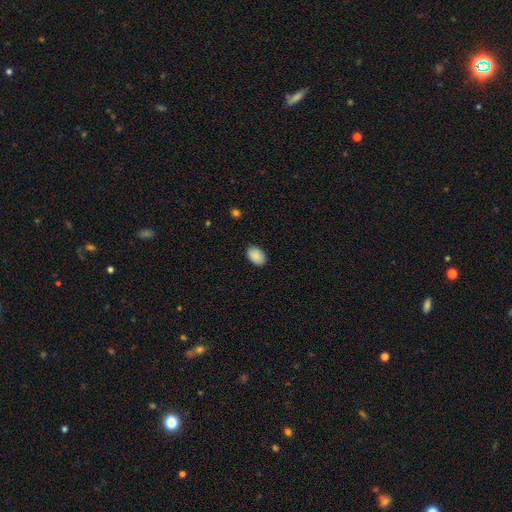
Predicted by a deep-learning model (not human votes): Q: Smooth or featured?
A: smooth (89%); runner-up: star or artifact (7%)
Q: How rounded?
A: in between (86%); runner-up: round (13%)
Q: Merging?
A: none (87%); runner-up: minor disturbance (10%)